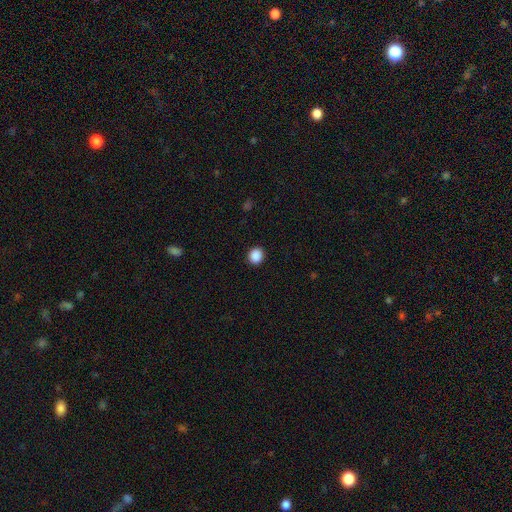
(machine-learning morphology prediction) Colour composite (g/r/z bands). It shows a smooth galaxy with no disk features (89%) that is round (82%). Merging: none (92%).